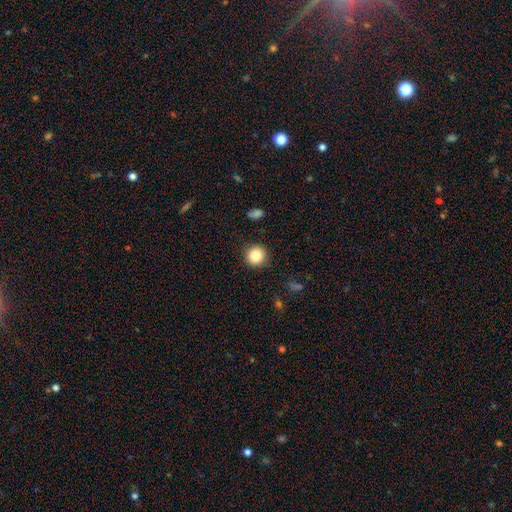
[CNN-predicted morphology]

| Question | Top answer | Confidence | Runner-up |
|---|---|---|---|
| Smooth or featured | smooth | 88% | star or artifact (9%) |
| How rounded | round | 94% | in between (5%) |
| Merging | none | 89% | minor disturbance (7%) |